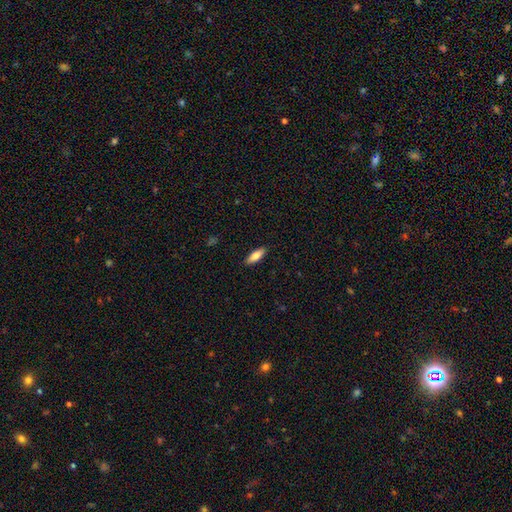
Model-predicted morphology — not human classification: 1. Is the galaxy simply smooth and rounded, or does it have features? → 74% smooth, 19% featured or disk, 6% star or artifact.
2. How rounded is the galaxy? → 60% in between, 38% cigar-shaped, 2% round.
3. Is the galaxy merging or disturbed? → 89% none, 8% minor disturbance, 2% major disturbance, 1% merger.